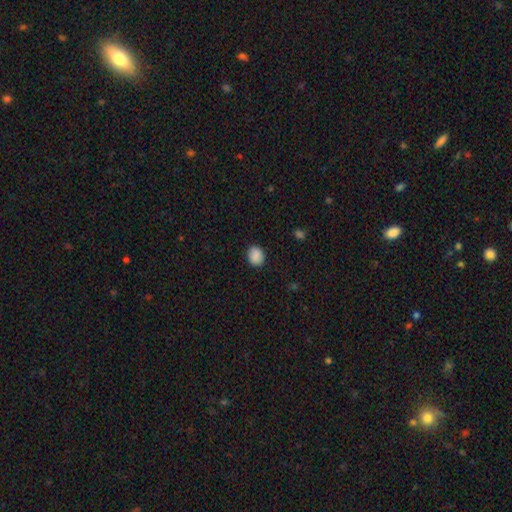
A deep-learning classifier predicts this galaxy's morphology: Smooth or featured?
  - smooth: 89% *
  - star or artifact: 8%
  - featured or disk: 3%
How rounded?
  - round: 64% *
  - in between: 35%
  - cigar-shaped: 1%
Merging?
  - none: 88% *
  - minor disturbance: 9%
  - major disturbance: 2%
  - merger: 1%